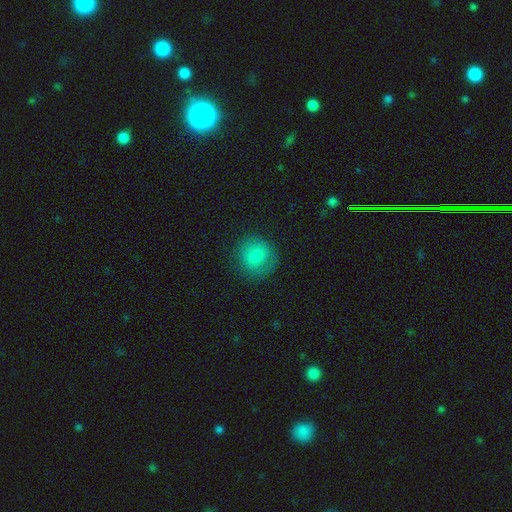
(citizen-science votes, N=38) This is likely a smooth galaxy (79%). How rounded: clearly round (80%). Merging: likely none (72%).